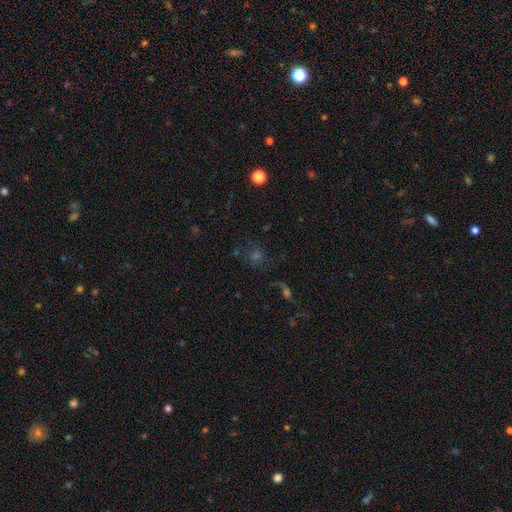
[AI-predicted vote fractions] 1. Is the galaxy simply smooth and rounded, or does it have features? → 43% star or artifact, 38% smooth, 19% featured or disk.